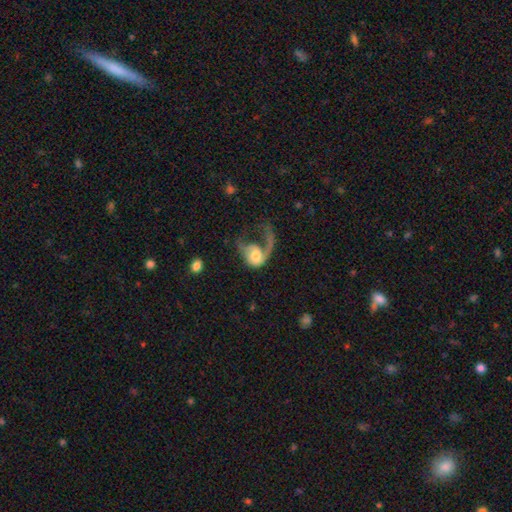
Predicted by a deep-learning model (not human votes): featured or disk 61%, smooth 32%, star or artifact 6%. Down the decision tree: edge-on disk — no (97%); bar — no (75%); spiral arms — yes (76%); bulge size — moderate (51%); merging — major disturbance (66%).